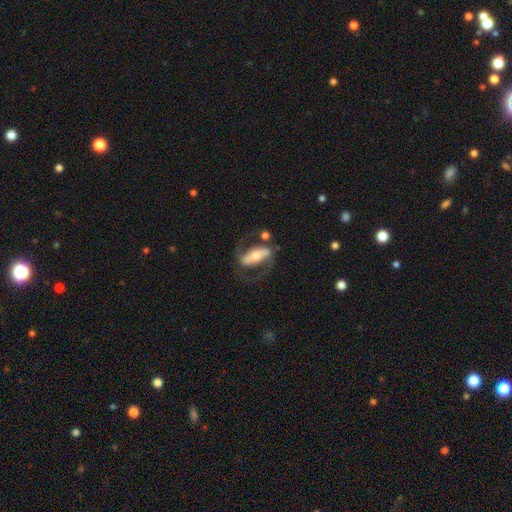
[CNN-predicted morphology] featured or disk 71%, smooth 23%, star or artifact 6%. Down the decision tree: edge-on disk — no (85%); bar — strong (62%); spiral arms — yes (78%); bulge size — moderate (56%); merging — none (61%).